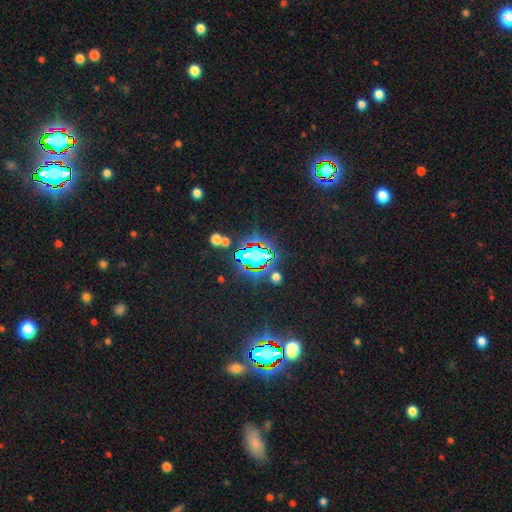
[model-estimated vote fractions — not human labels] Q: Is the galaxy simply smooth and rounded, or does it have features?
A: star or artifact — 64%.